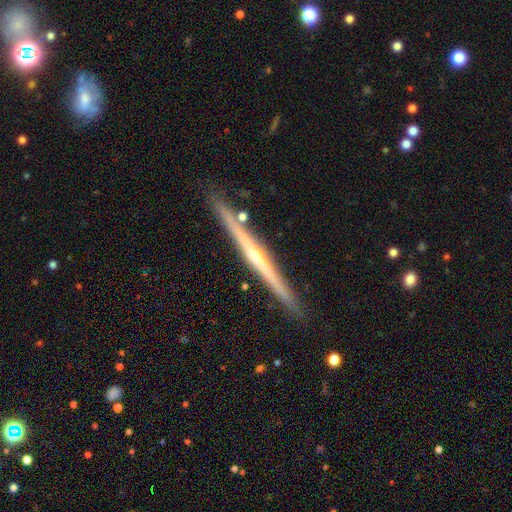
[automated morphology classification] Smooth or featured?
  - featured or disk: 80% *
  - smooth: 14%
  - star or artifact: 6%
Edge-on disk?
  - yes: 98% *
  - no: 2%
Edge-on bulge?
  - rounded: 64% *
  - none: 31%
  - boxy: 5%
Merging?
  - none: 89% *
  - minor disturbance: 7%
  - merger: 2%
  - major disturbance: 1%